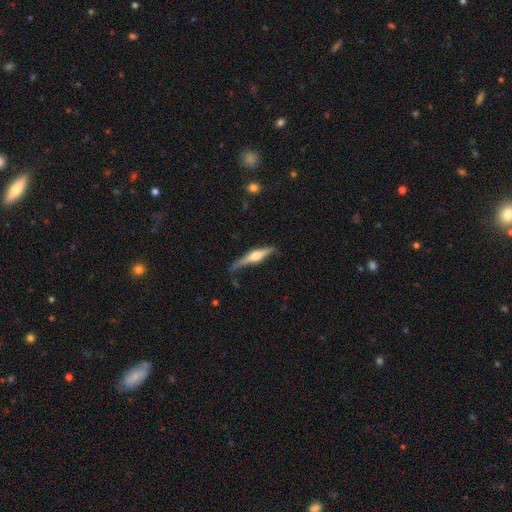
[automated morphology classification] Smooth or featured? featured or disk (71%)
Edge-on disk? yes (97%)
Edge-on bulge? rounded (93%)
Merging? none (69%)